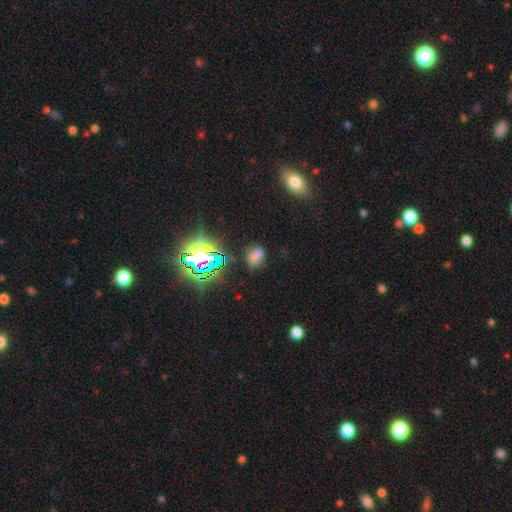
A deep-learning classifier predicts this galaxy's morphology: Overall: smooth (59%; star or artifact 30%). How rounded: in between (82%). Merging: none (70%).